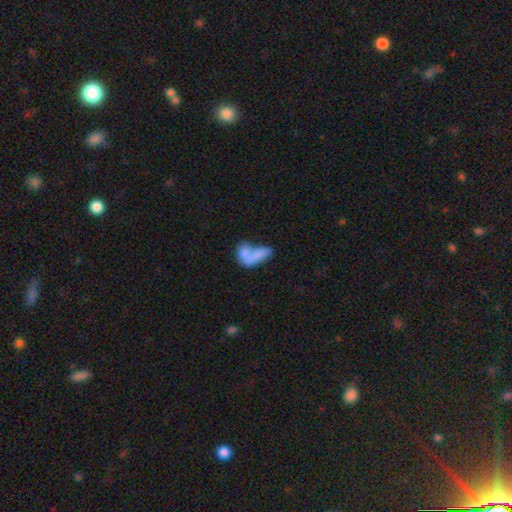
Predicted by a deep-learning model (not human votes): Smooth or featured: smooth — 69% (featured or disk — 22%)
How rounded: in between — 72% (cigar-shaped — 17%)
Merging: merger — 59% (none — 20%)